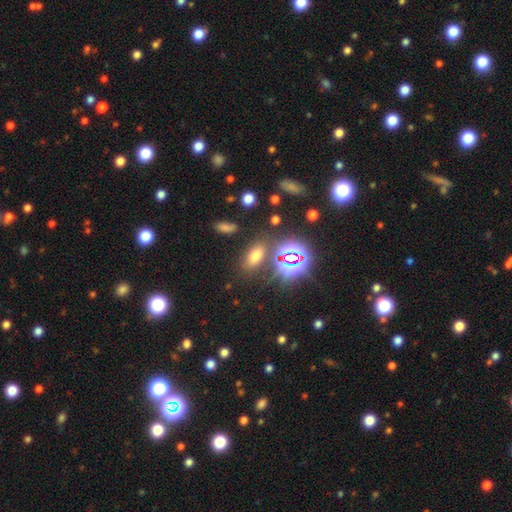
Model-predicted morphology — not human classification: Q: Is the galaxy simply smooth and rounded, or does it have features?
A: smooth — 57%.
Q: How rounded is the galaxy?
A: in between — 84%.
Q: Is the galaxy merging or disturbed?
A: none — 79%.